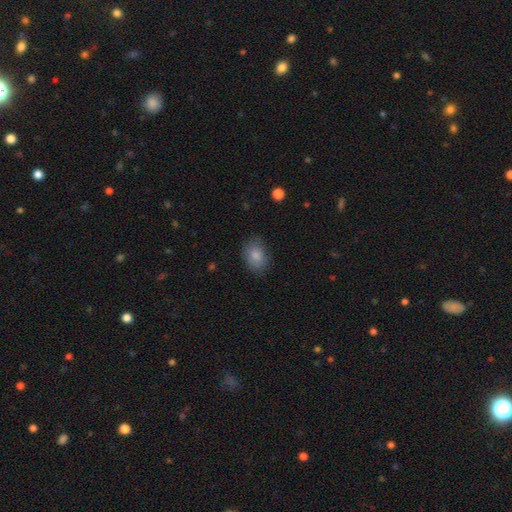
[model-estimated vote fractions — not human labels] Overall: smooth (85%). How rounded: in between (73%). Merging: none (80%).